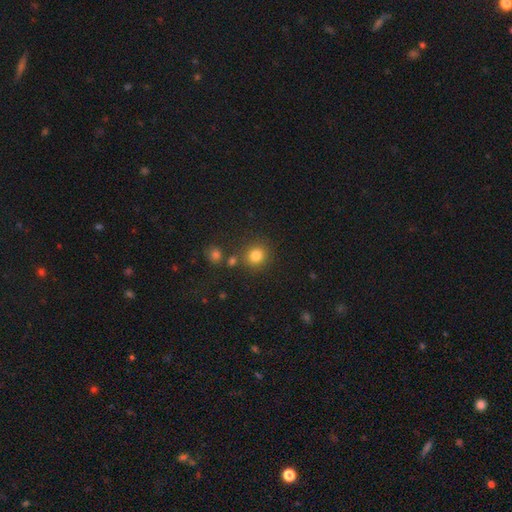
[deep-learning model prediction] A smooth galaxy with no disk features (81%) that is round (87%).

Vote fractions:
- Smooth or featured? smooth: 81% / star or artifact: 13% / featured or disk: 6%
- How rounded? round: 87% / in between: 12% / cigar-shaped: 1%
- Merging? none: 81% / minor disturbance: 8% / merger: 7% / major disturbance: 3%